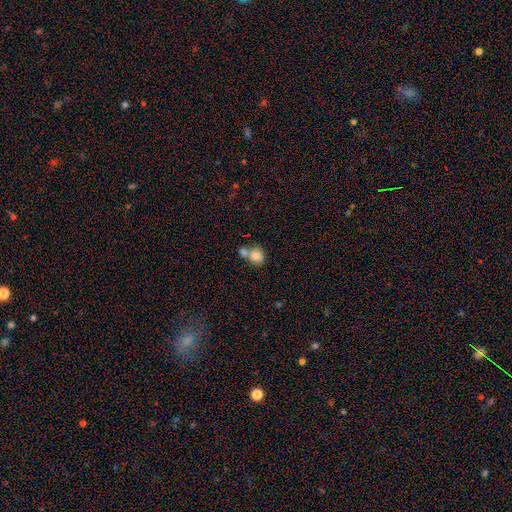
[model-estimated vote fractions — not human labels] The model was most divided on "merging": merger: 48%, none: 36%, minor disturbance: 11%, major disturbance: 5%. More confident: smooth or featured — smooth (79%); how rounded — round (65%).